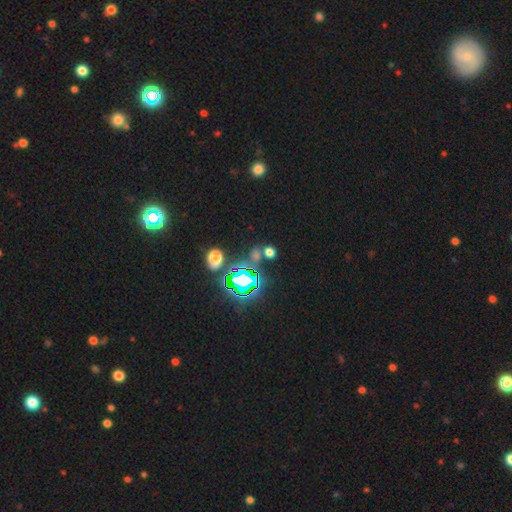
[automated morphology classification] A star or artifact, not a galaxy (60%).

Vote fractions:
- Smooth or featured? star or artifact: 60% / smooth: 32% / featured or disk: 8%